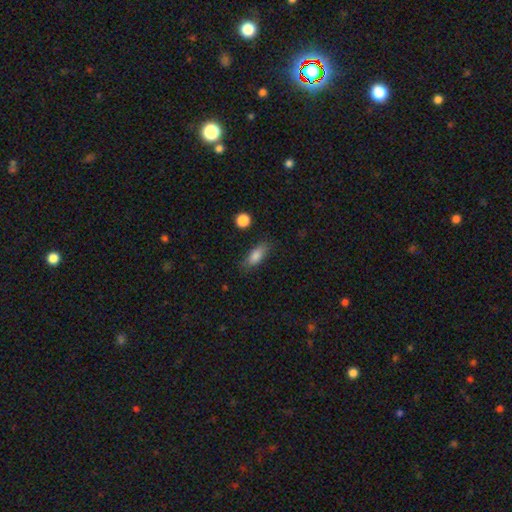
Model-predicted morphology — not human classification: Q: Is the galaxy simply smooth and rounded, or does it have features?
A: smooth — 82%.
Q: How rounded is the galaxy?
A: in between — 72%.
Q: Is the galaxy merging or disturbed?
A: none — 78%.